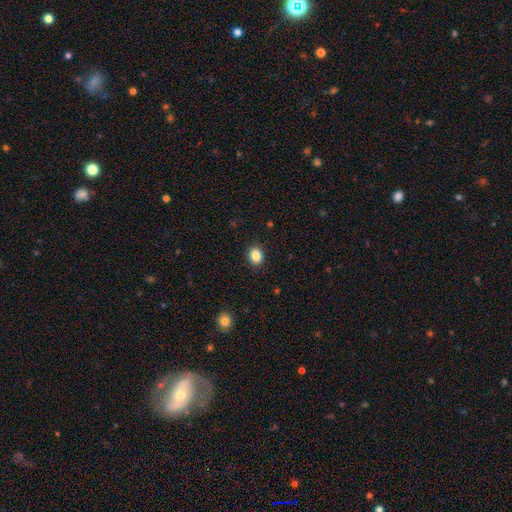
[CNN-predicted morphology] This is clearly a smooth galaxy (86%). How rounded: likely round (60%). Merging: clearly none (90%).